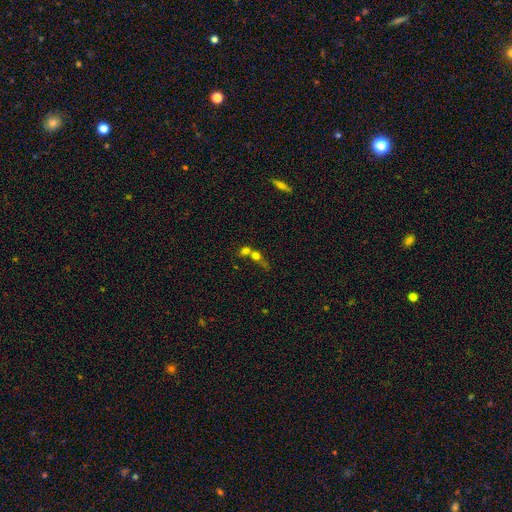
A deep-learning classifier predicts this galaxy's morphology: A smooth galaxy with no disk features (64%) that is round (60%).

Vote fractions:
- Smooth or featured? smooth: 64% / featured or disk: 21% / star or artifact: 15%
- How rounded? round: 60% / in between: 35% / cigar-shaped: 5%
- Merging? merger: 68% / none: 20% / major disturbance: 6% / minor disturbance: 6%